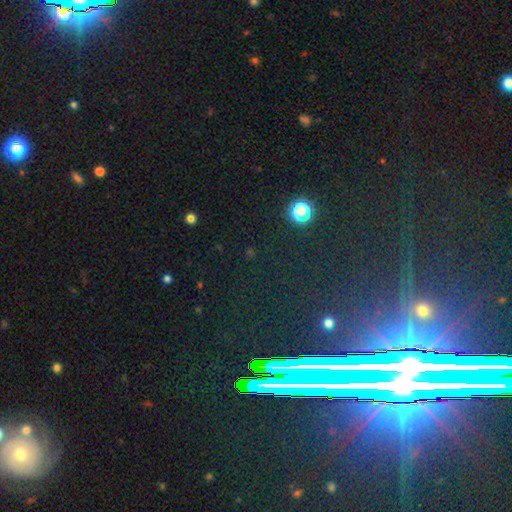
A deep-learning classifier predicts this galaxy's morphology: Overall: star or artifact (72%).